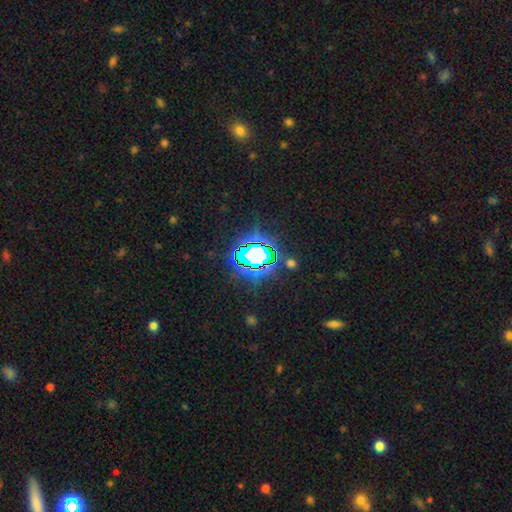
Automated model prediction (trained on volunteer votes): Smooth or featured? star or artifact (72%)